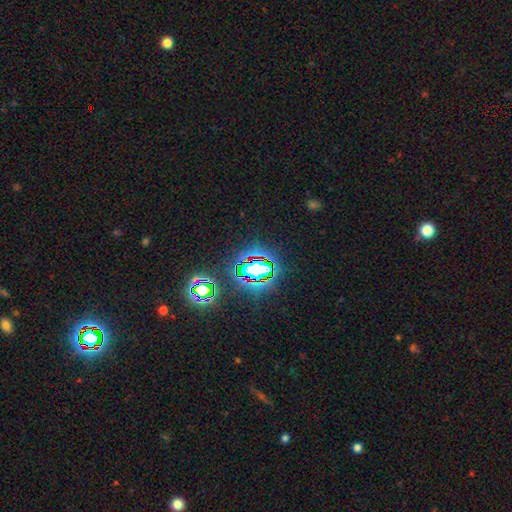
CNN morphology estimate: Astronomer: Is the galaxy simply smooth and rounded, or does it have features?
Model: star or artifact — 79%.